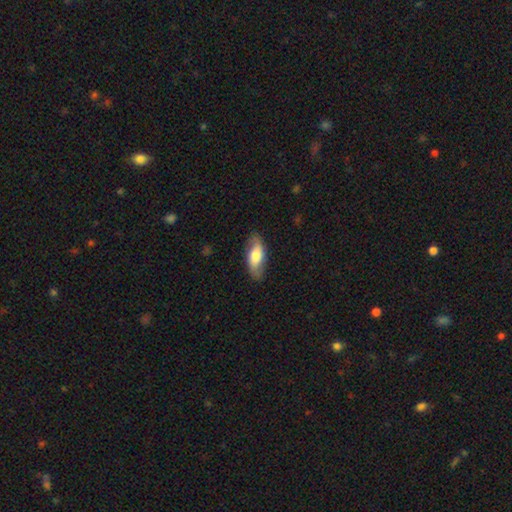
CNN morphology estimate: smooth-or-featured: smooth: 58% | featured or disk: 36% | star or artifact: 6%
  how-rounded: in between: 82% | cigar-shaped: 15% | round: 3%
  merging: none: 82% | minor disturbance: 14% | major disturbance: 3% | merger: 1%